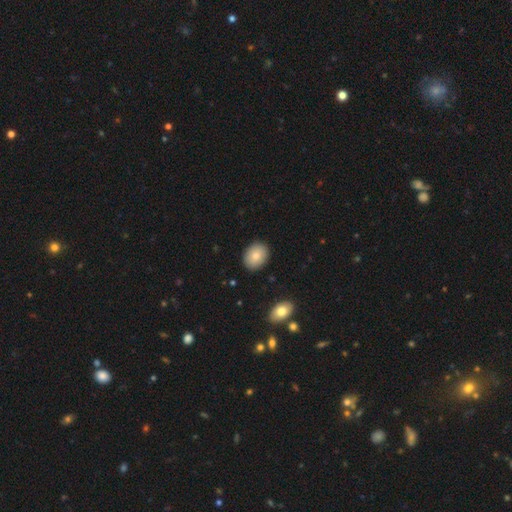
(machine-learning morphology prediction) The model was most divided on "how rounded": in between: 66%, round: 33%, cigar-shaped: 1%. More confident: merging — none (89%); smooth or featured — smooth (81%).